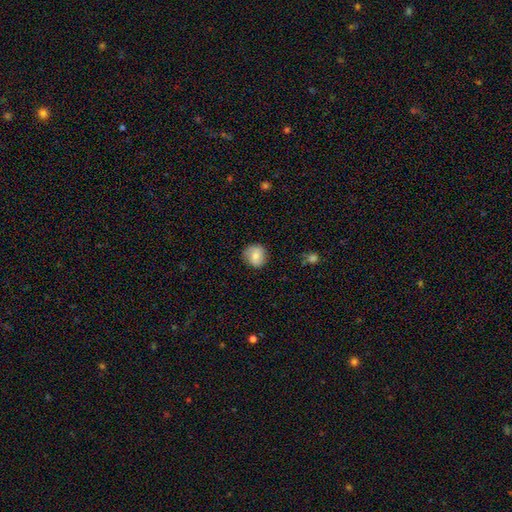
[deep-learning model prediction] Smooth or featured? smooth (75%)
How rounded? round (85%)
Merging? none (81%)